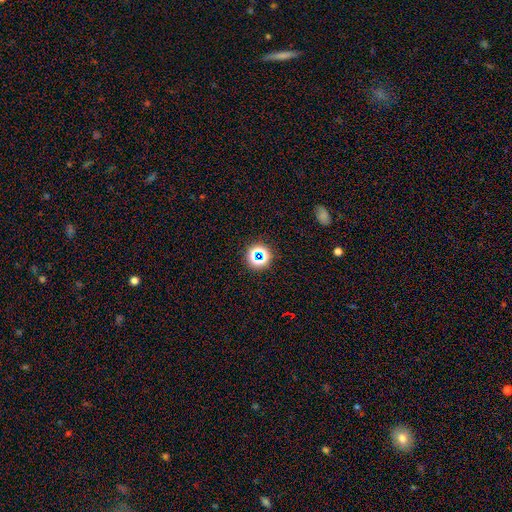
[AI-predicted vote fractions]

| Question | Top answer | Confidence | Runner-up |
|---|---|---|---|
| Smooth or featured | star or artifact | 60% | smooth (30%) |